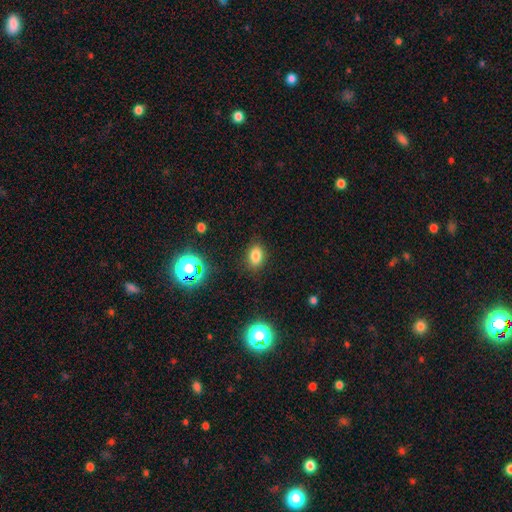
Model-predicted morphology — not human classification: A smooth galaxy with no disk features (79%) that is in between round and cigar-shaped (76%).

Vote fractions:
- Smooth or featured? smooth: 79% / star or artifact: 15% / featured or disk: 6%
- How rounded? in between: 76% / round: 22% / cigar-shaped: 2%
- Merging? none: 86% / minor disturbance: 10% / major disturbance: 3% / merger: 1%